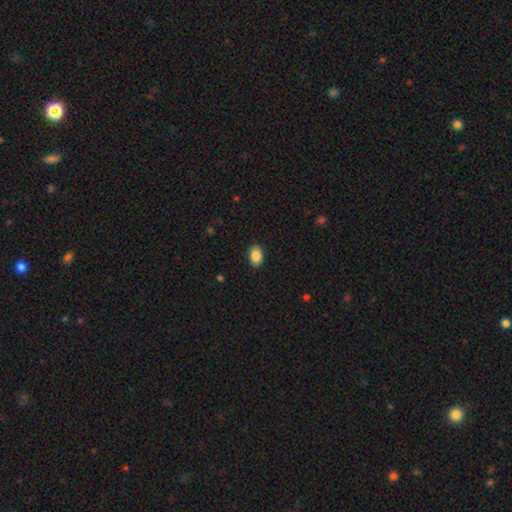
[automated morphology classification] Smooth or featured? smooth (87%)
How rounded? in between (85%)
Merging? none (89%)